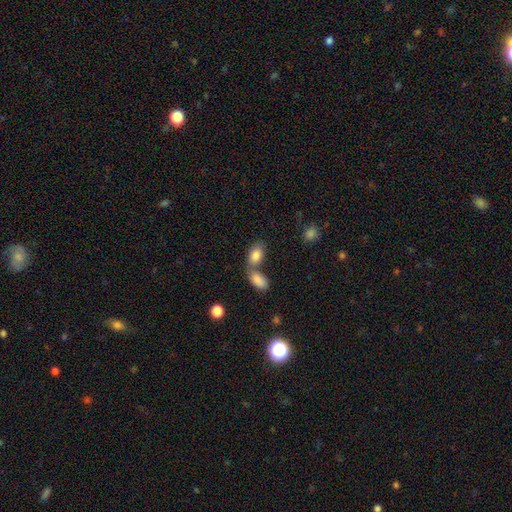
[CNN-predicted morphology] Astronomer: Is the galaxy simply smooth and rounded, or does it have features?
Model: smooth — 85%.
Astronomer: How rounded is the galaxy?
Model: in between — 92%.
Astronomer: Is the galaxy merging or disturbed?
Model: merger — 48% (runner-up: none, 39%).